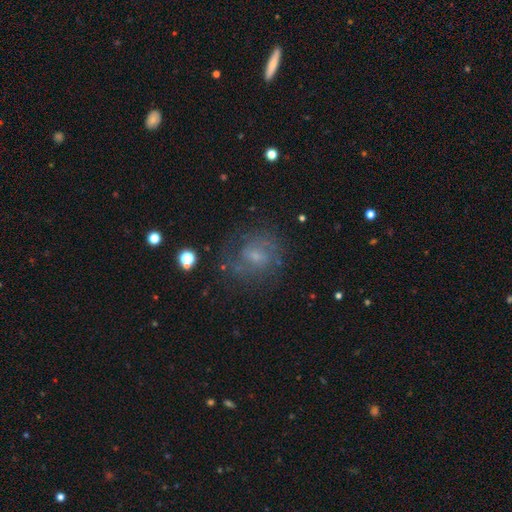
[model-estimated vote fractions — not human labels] Smooth or featured?
  - featured or disk: 58% *
  - smooth: 27%
  - star or artifact: 15%
Edge-on disk?
  - no: 97% *
  - yes: 3%
Bar?
  - weak: 47% *
  - no: 44%
  - strong: 9%
Spiral arms?
  - yes: 79% *
  - no: 21%
Bulge size?
  - small: 59% *
  - moderate: 24%
  - none: 13%
  - large: 2%
  - dominant: 1%
Merging?
  - none: 70% *
  - minor disturbance: 16%
  - major disturbance: 12%
  - merger: 2%